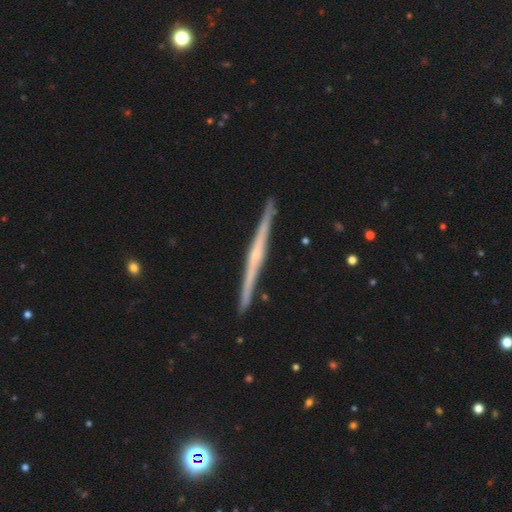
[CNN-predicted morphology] Overall: featured or disk (81%). Edge-on disk: yes (99%). Edge-on bulge: rounded (46%; none 41%). Merging: none (92%).